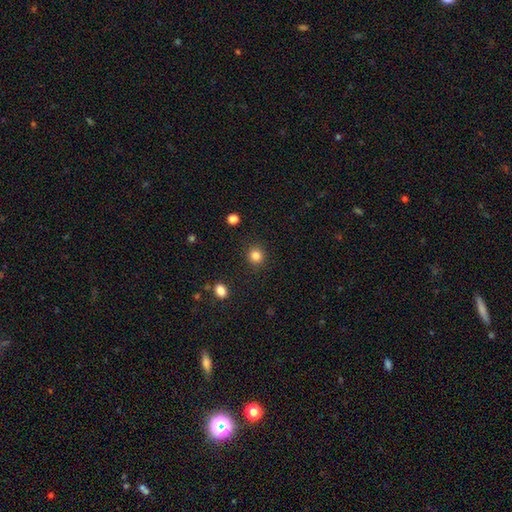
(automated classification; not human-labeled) A smooth galaxy with no disk features (84%) that is round (91%). Merging: none (90%).